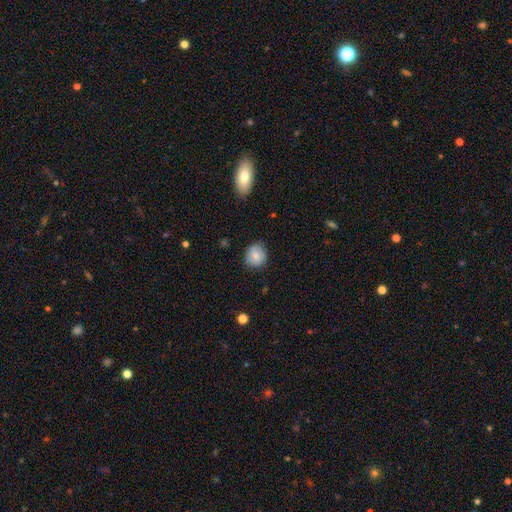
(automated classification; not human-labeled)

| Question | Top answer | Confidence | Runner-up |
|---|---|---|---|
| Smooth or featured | smooth | 80% | featured or disk (12%) |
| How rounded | round | 83% | in between (16%) |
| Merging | none | 77% | minor disturbance (19%) |